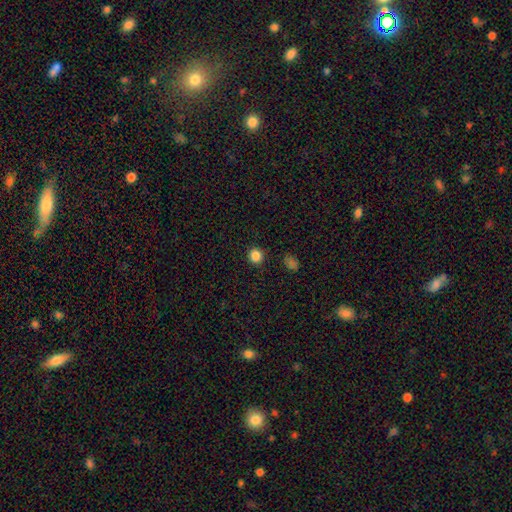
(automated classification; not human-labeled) Overall: smooth (85%). How rounded: round (92%). Merging: none (92%).